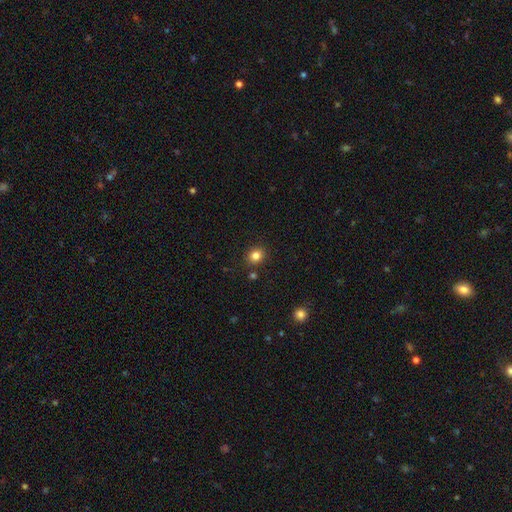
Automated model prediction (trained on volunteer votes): smooth-or-featured: smooth: 83% | star or artifact: 12% | featured or disk: 5%
  how-rounded: round: 78% | in between: 21% | cigar-shaped: 1%
  merging: none: 86% | minor disturbance: 8% | merger: 4% | major disturbance: 2%